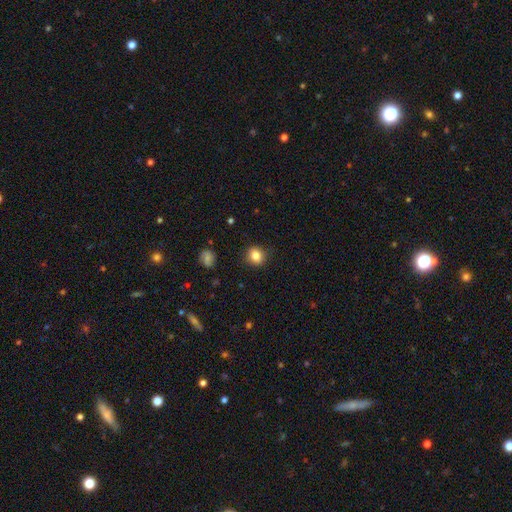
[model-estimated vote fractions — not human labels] Smooth or featured: smooth — 83% (star or artifact — 10%)
How rounded: round — 76% (in between — 23%)
Merging: none — 88% (minor disturbance — 9%)